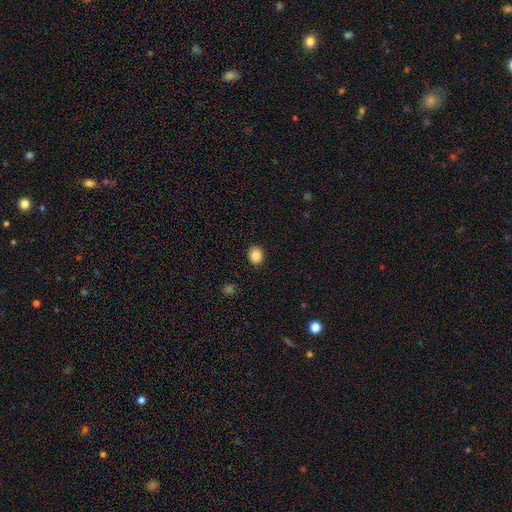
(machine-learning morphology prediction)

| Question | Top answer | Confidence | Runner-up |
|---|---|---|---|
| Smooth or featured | smooth | 87% | star or artifact (9%) |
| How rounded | round | 62% | in between (37%) |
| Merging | none | 90% | minor disturbance (7%) |